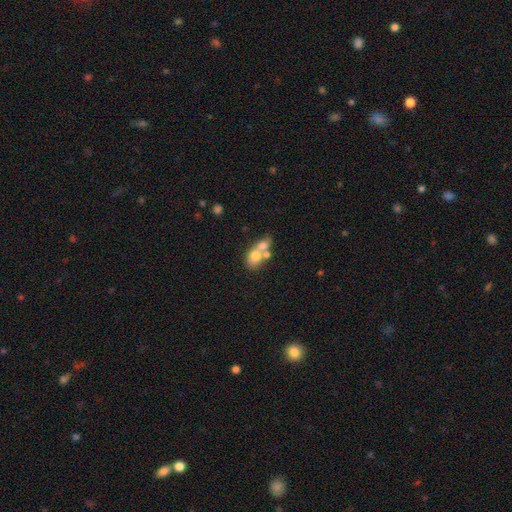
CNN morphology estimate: A smooth galaxy with no disk features (66%) that is in between round and cigar-shaped (58%). Merging: merger (67%).